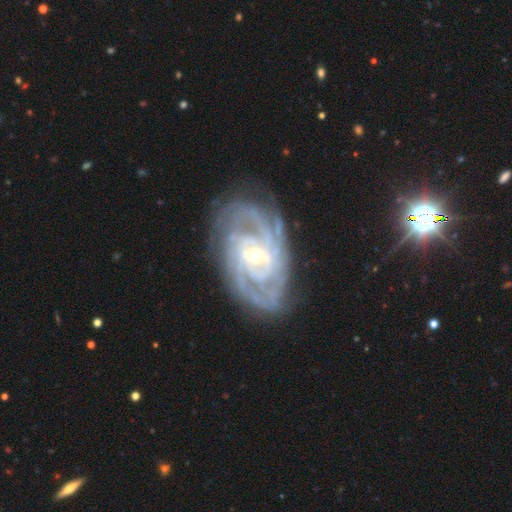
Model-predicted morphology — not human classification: Q: Smooth or featured?
A: featured or disk (92%); runner-up: star or artifact (5%)
Q: Edge-on disk?
A: no (96%); runner-up: yes (4%)
Q: Bar?
A: weak (42%); runner-up: no (35%)
Q: Spiral arms?
A: yes (98%); runner-up: no (2%)
Q: Spiral winding?
A: tight (72%); runner-up: medium (25%)
Q: Spiral arm count?
A: 3 (29%); runner-up: 2 (20%)
Q: Bulge size?
A: moderate (49%); runner-up: small (47%)
Q: Merging?
A: none (77%); runner-up: minor disturbance (16%)